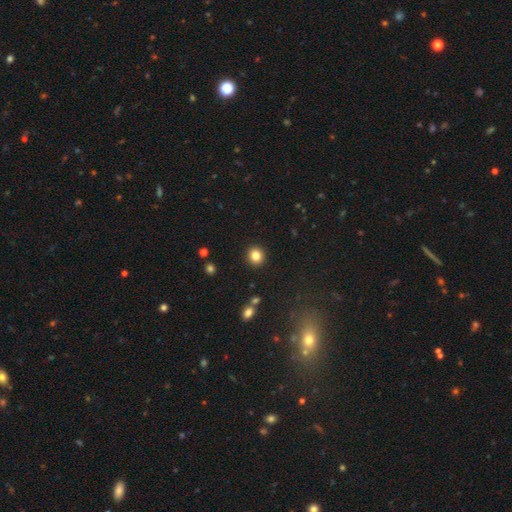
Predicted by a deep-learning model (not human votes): This is clearly a smooth galaxy (83%). How rounded: clearly round (85%). Merging: clearly none (92%).